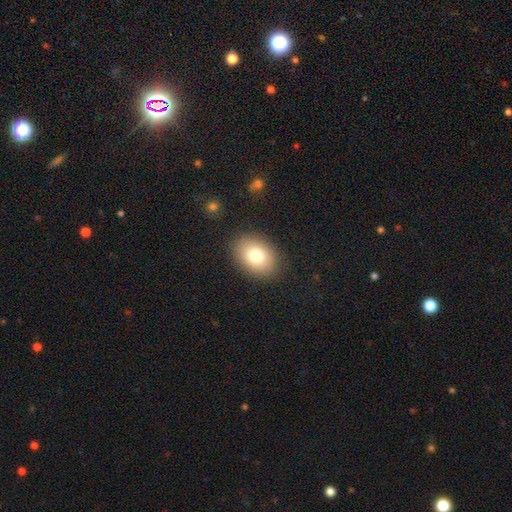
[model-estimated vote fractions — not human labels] A smooth galaxy with no disk features (83%) that is in between round and cigar-shaped (79%).

Vote fractions:
- Smooth or featured? smooth: 83% / featured or disk: 10% / star or artifact: 8%
- How rounded? in between: 79% / round: 20% / cigar-shaped: 1%
- Merging? none: 87% / minor disturbance: 9% / major disturbance: 3% / merger: 1%